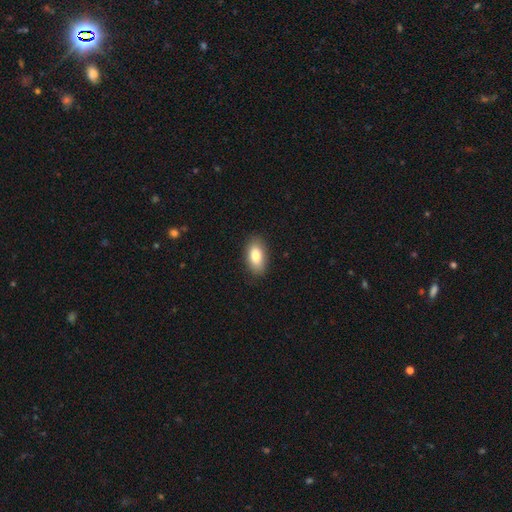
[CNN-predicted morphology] A smooth galaxy with no disk features (82%) that is in between round and cigar-shaped (92%). Merging: none (87%).